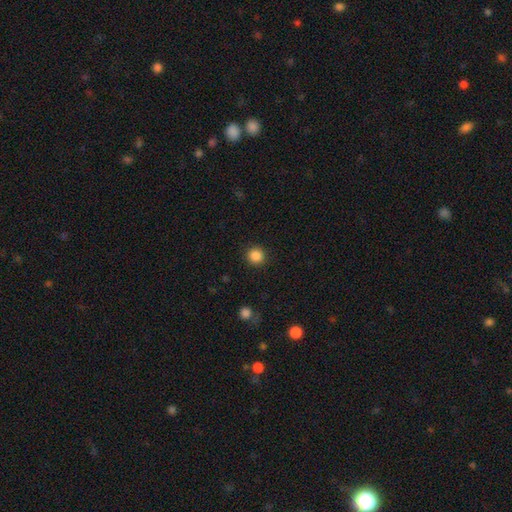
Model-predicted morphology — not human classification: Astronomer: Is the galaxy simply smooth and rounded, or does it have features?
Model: smooth — 87%.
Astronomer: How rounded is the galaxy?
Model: round — 93%.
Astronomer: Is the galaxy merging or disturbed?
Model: none — 91%.